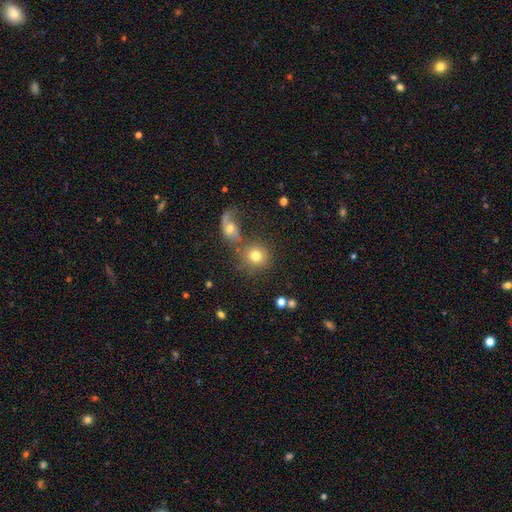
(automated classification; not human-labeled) Smooth or featured? smooth (76%)
How rounded? round (85%)
Merging? none (55%)